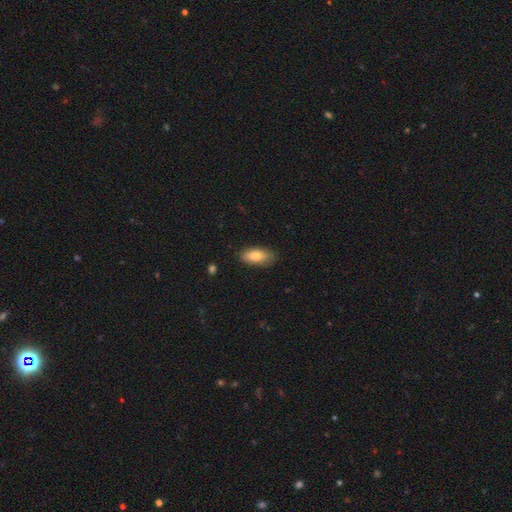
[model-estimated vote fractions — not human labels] smooth_or_featured: smooth (p=0.81) [alt: featured or disk p=0.13]
how_rounded: in between (p=0.89) [alt: cigar-shaped p=0.08]
merging: none (p=0.80) [alt: minor disturbance p=0.16]